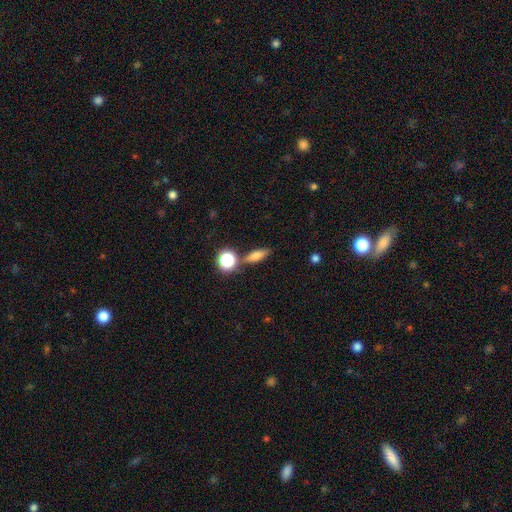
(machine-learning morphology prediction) Smooth or featured? smooth (71%)
How rounded? in between (50%)
Merging? none (74%)